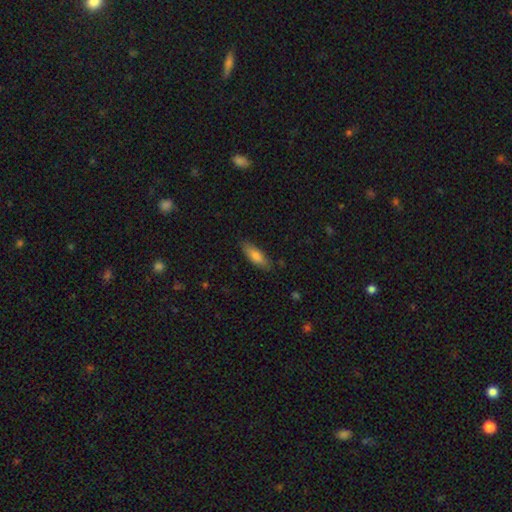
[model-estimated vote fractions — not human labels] Smooth or featured? smooth (79%)
How rounded? in between (57%)
Merging? none (84%)